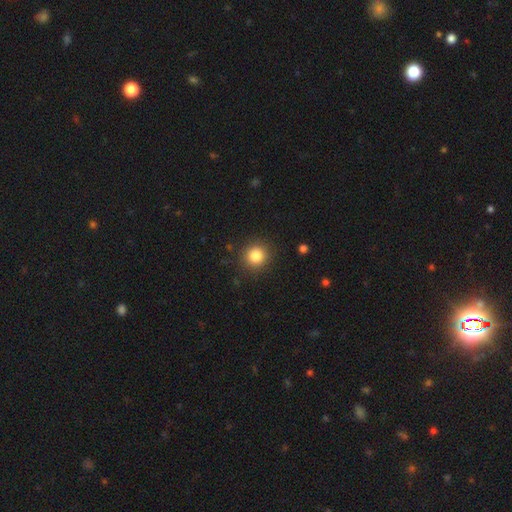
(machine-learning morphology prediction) This is clearly a smooth galaxy (84%). How rounded: clearly round (92%). Merging: clearly none (89%).